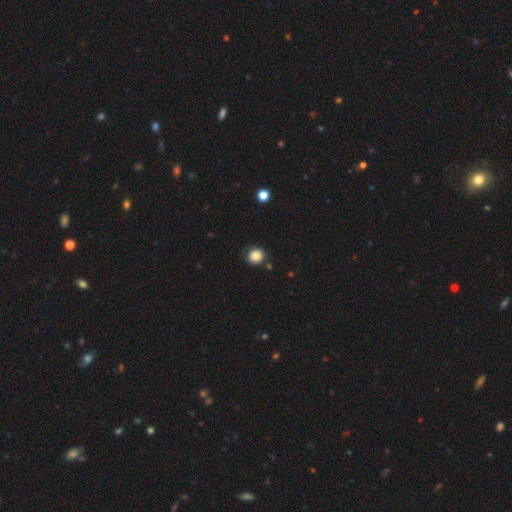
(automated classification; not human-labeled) A smooth galaxy with no disk features (86%) that is round (89%).

Vote fractions:
- Smooth or featured? smooth: 86% / star or artifact: 10% / featured or disk: 4%
- How rounded? round: 89% / in between: 10% / cigar-shaped: 1%
- Merging? none: 84% / minor disturbance: 11% / major disturbance: 3% / merger: 3%